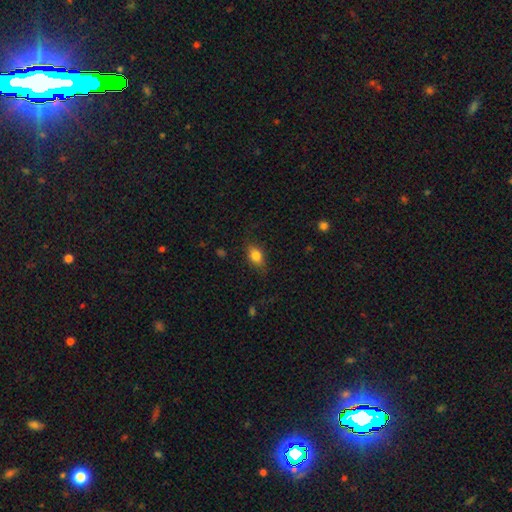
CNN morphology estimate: smooth 82%, star or artifact 9%, featured or disk 9%. Down the decision tree: how rounded — in between (79%); merging — none (78%).